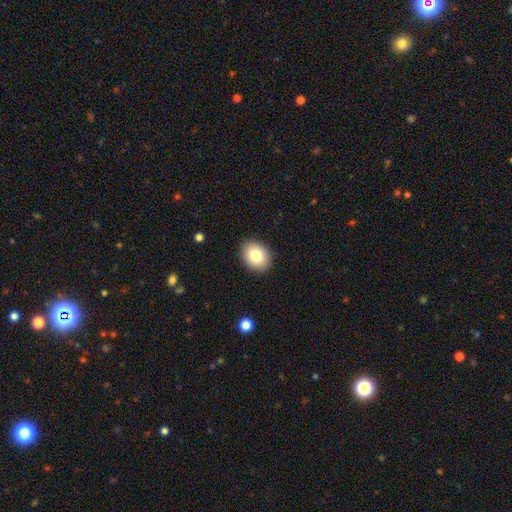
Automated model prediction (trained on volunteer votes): Smooth or featured: smooth — 83% (featured or disk — 9%)
How rounded: in between — 72% (round — 27%)
Merging: none — 89% (minor disturbance — 8%)